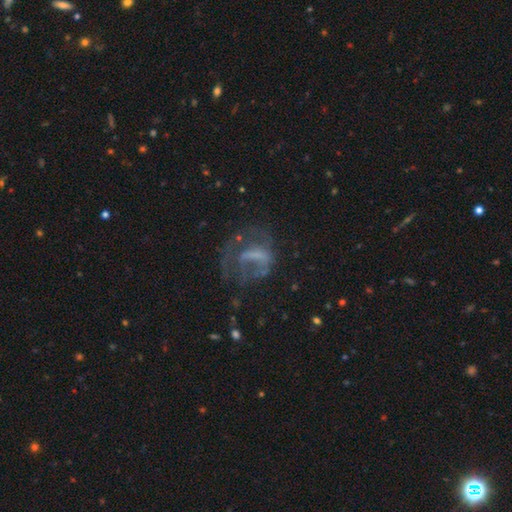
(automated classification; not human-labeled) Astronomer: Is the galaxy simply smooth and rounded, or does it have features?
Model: featured or disk — 58%.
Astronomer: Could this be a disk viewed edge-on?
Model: no — 96%.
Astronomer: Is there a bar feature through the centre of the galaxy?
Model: no — 52% (runner-up: weak, 31%).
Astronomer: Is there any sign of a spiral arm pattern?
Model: no — 57% (runner-up: yes, 43%).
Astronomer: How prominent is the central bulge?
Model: none — 56%.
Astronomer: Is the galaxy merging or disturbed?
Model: major disturbance — 46% (runner-up: none, 33%).